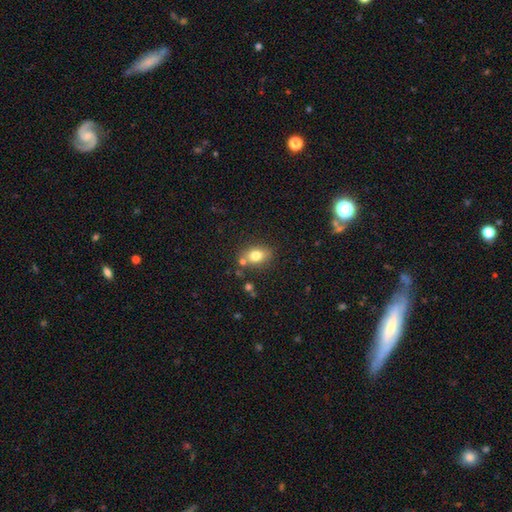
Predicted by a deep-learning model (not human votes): smooth-or-featured: smooth: 77% | featured or disk: 12% | star or artifact: 11%
  how-rounded: in between: 70% | round: 28% | cigar-shaped: 2%
  merging: none: 72% | minor disturbance: 14% | merger: 11% | major disturbance: 4%